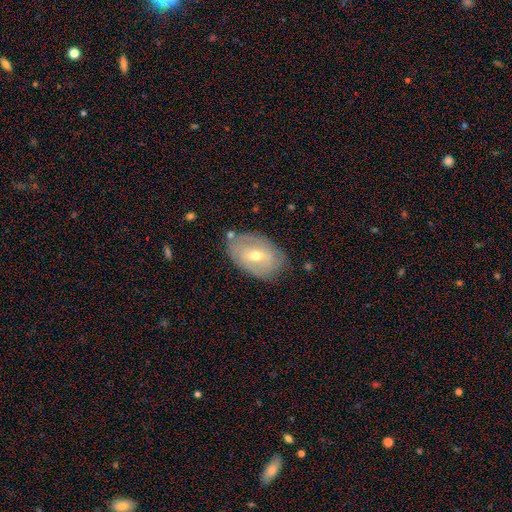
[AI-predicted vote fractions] This appears to be a featured or disk galaxy (58%) with a weak bar (50%), spiral arms (51%) and a moderate central bulge (64%). Merging: none (74%).